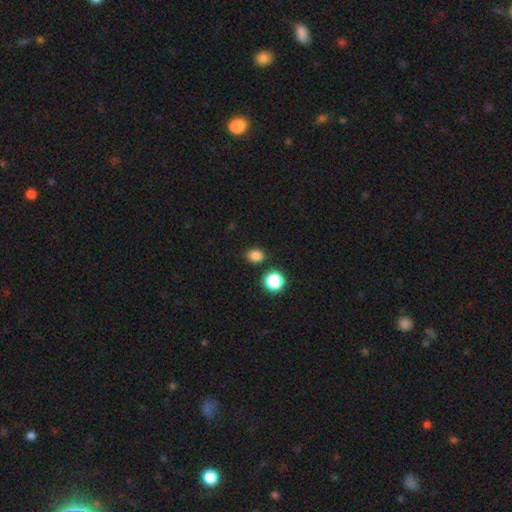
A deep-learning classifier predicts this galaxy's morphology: A smooth galaxy with no disk features (82%) that is round (56%). Merging: none (84%).